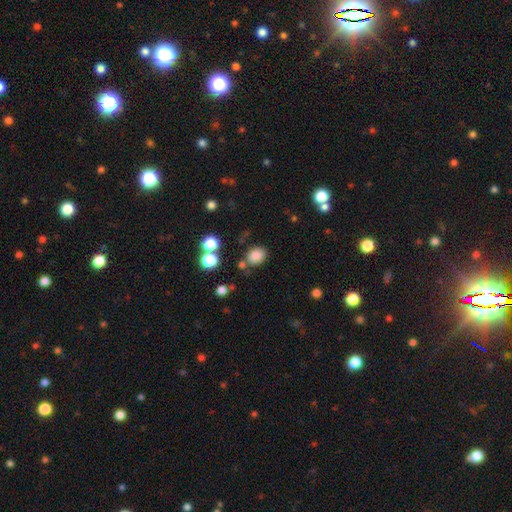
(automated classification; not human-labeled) Overall: smooth (82%). How rounded: round (50%; in between 49%). Merging: none (74%).